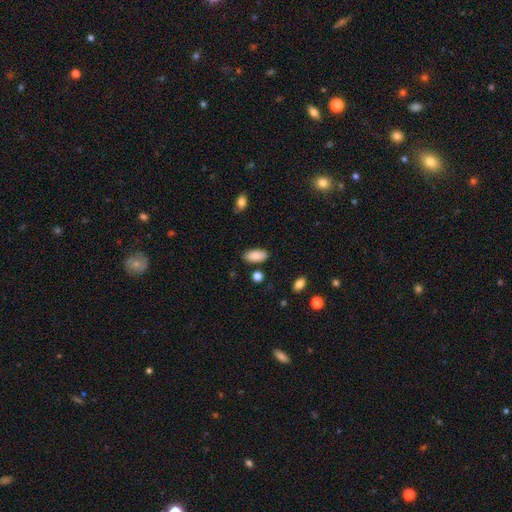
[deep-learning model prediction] This appears to be a smooth galaxy with no disk features (89%) that is in between round and cigar-shaped (91%). Merging: none (84%).